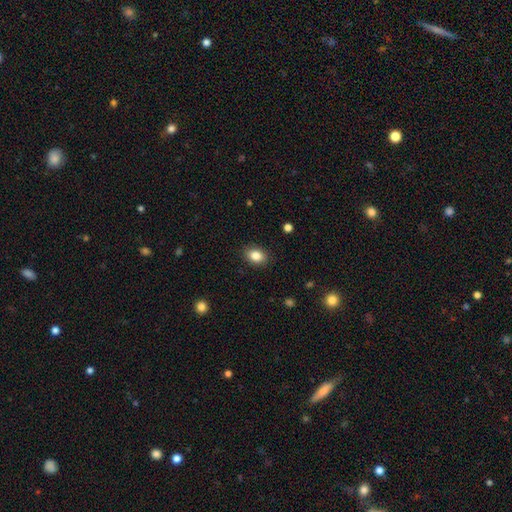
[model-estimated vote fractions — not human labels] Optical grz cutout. It shows a smooth galaxy with no disk features (85%) that is in between round and cigar-shaped (73%). Merging: none (88%).